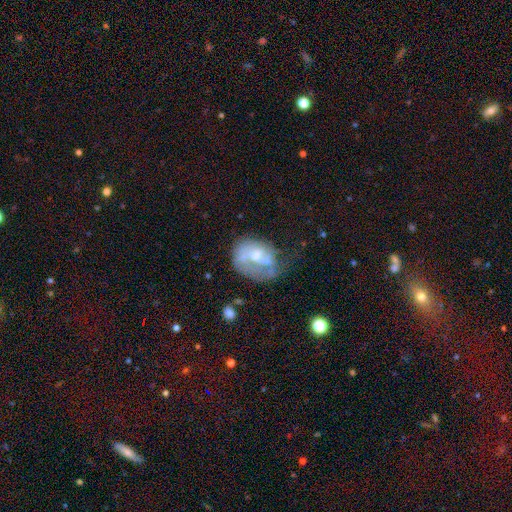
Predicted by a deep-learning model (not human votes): This is possibly a featured or disk galaxy (55%). It is clearly not viewed edge-on (98%). Bar: likely no (71%). Spiral arm pattern: likely no (64%). Central bulge: possibly moderate (47%). Merging: marginally major disturbance (32%).